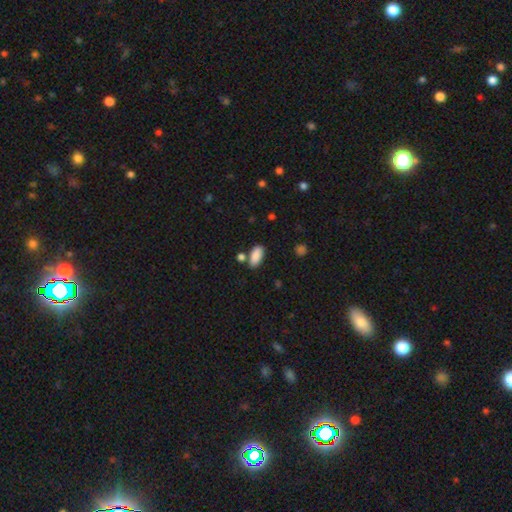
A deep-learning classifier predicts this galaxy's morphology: smooth_or_featured: smooth (p=0.89) [alt: star or artifact p=0.07]
how_rounded: in between (p=0.89) [alt: cigar-shaped p=0.09]
merging: none (p=0.73) [alt: minor disturbance p=0.12]